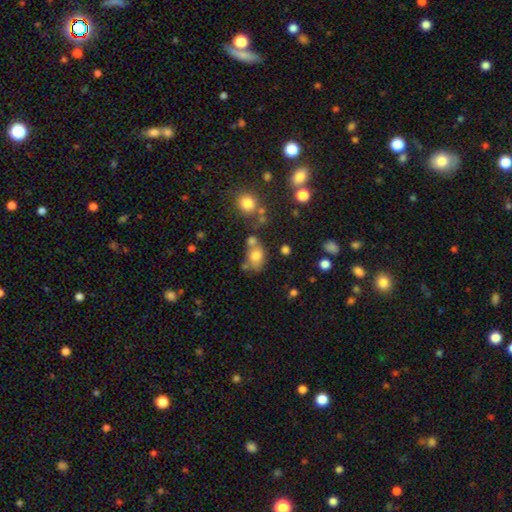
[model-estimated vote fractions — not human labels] Smooth or featured? smooth (74%)
How rounded? in between (68%)
Merging? none (47%)